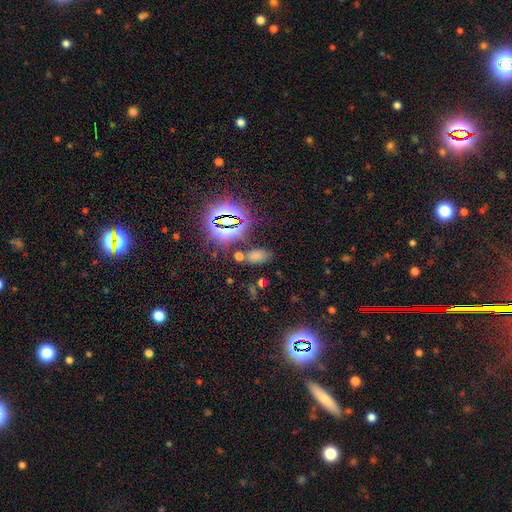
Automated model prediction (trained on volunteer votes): This appears to be a smooth galaxy with no disk features (58%) that is in between round and cigar-shaped (89%). Merging: none (71%).